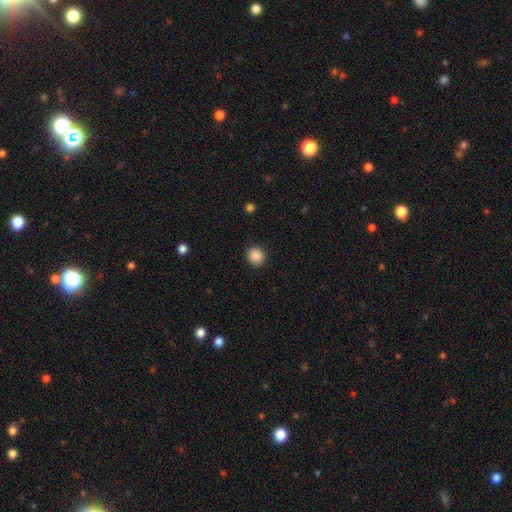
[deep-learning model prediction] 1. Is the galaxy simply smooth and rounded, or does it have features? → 89% smooth, 9% star or artifact, 3% featured or disk.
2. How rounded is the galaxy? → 86% round, 13% in between, 1% cigar-shaped.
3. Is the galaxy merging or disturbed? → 90% none, 6% minor disturbance, 2% major disturbance, 1% merger.